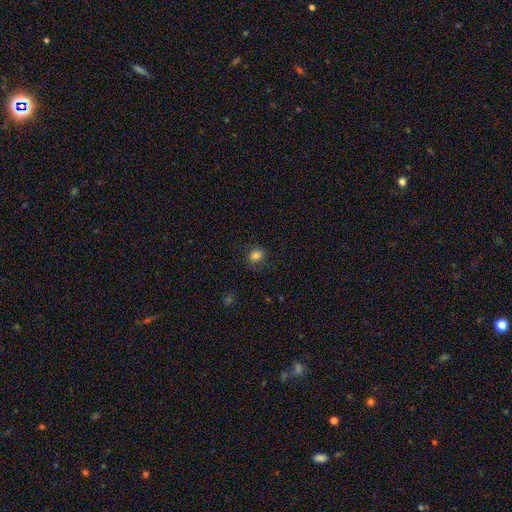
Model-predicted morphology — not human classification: Overall: smooth (82%). How rounded: round (57%; in between 42%). Merging: none (77%).